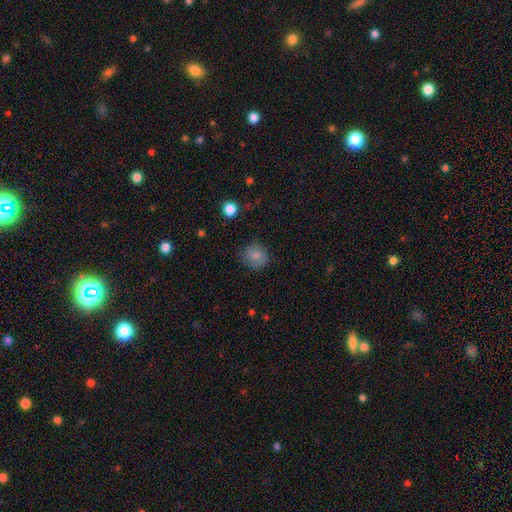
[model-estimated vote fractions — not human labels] The model was most divided on "merging": none: 70%, minor disturbance: 21%, major disturbance: 7%, merger: 1%. More confident: how rounded — round (80%); smooth or featured — smooth (74%).